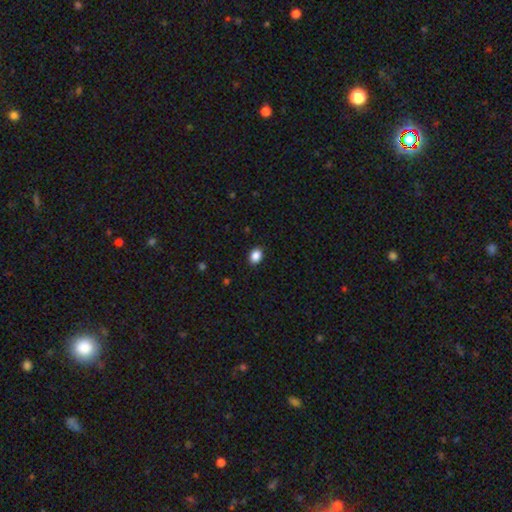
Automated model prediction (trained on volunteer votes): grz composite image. It shows a smooth galaxy with no disk features (88%) that is in between round and cigar-shaped (69%). Merging: none (90%).